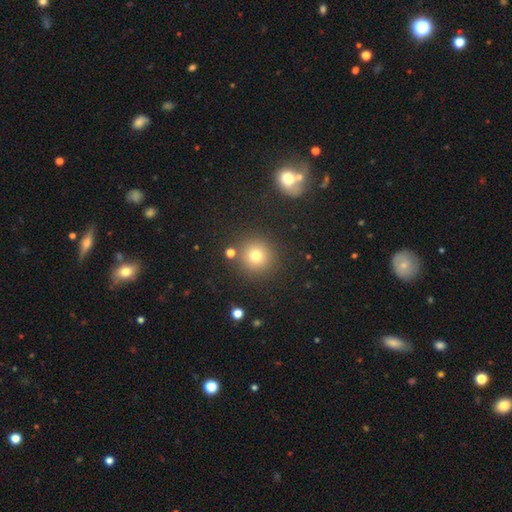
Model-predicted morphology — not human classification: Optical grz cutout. It shows a smooth galaxy with no disk features (74%) that is round (94%). Merging: none (85%).